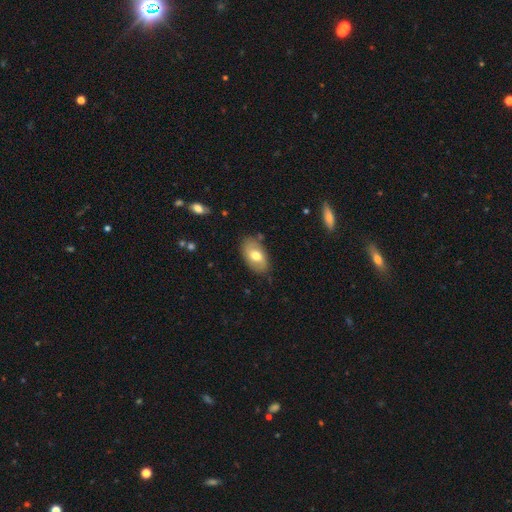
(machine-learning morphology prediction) Smooth or featured?
  - smooth: 65% *
  - featured or disk: 28%
  - star or artifact: 7%
How rounded?
  - in between: 92% *
  - round: 6%
  - cigar-shaped: 2%
Merging?
  - none: 79% *
  - minor disturbance: 15%
  - major disturbance: 3%
  - merger: 2%